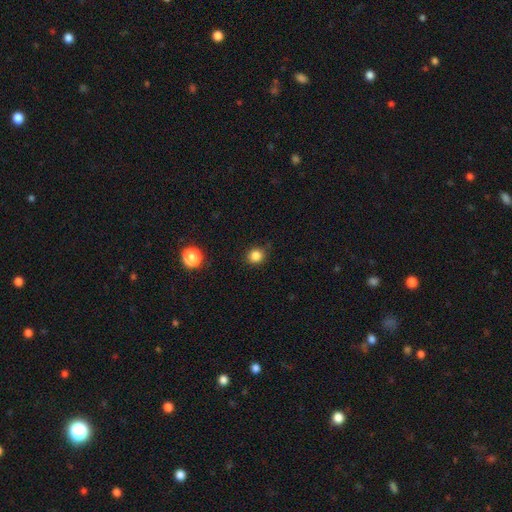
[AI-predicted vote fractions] Smooth or featured: smooth — 84% (star or artifact — 12%)
How rounded: round — 84% (in between — 15%)
Merging: none — 85% (minor disturbance — 11%)